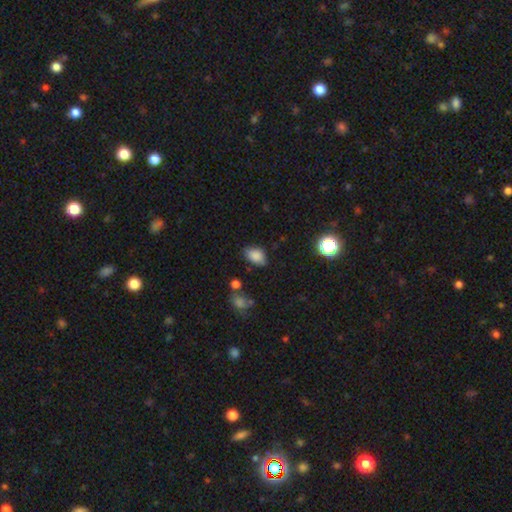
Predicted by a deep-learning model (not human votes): smooth 84%, star or artifact 10%, featured or disk 6%. Down the decision tree: how rounded — in between (85%); merging — none (72%).